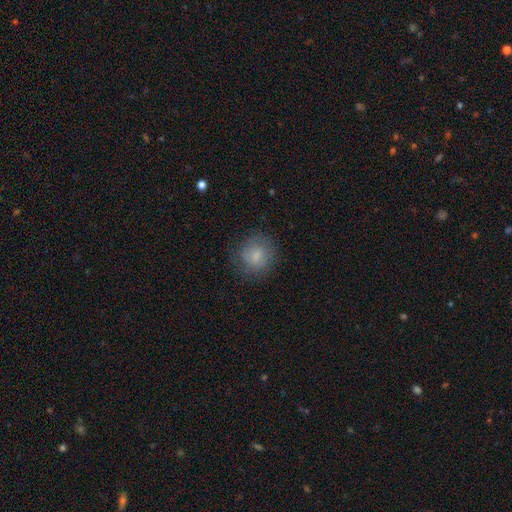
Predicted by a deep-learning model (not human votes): Q: Smooth or featured?
A: smooth (77%); runner-up: featured or disk (15%)
Q: How rounded?
A: round (78%); runner-up: in between (21%)
Q: Merging?
A: none (77%); runner-up: minor disturbance (16%)